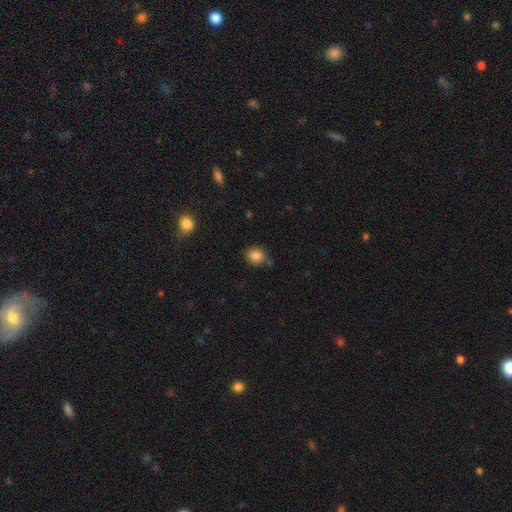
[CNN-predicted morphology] Overall: smooth (85%). How rounded: round (69%; in between 30%). Merging: none (73%).